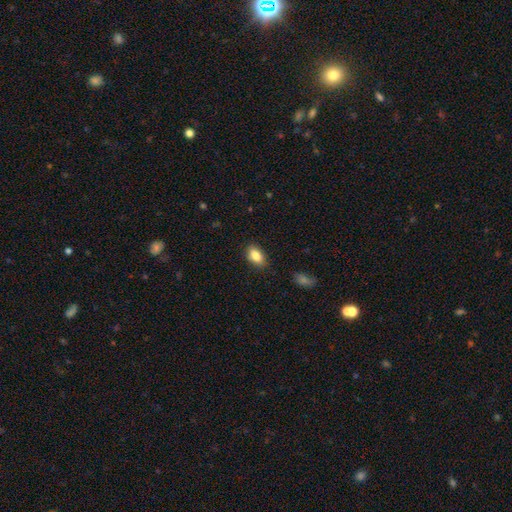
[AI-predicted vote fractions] A smooth galaxy with no disk features (85%) that is in between round and cigar-shaped (89%).

Vote fractions:
- Smooth or featured? smooth: 85% / star or artifact: 8% / featured or disk: 7%
- How rounded? in between: 89% / round: 8% / cigar-shaped: 2%
- Merging? none: 86% / minor disturbance: 11% / major disturbance: 2% / merger: 1%